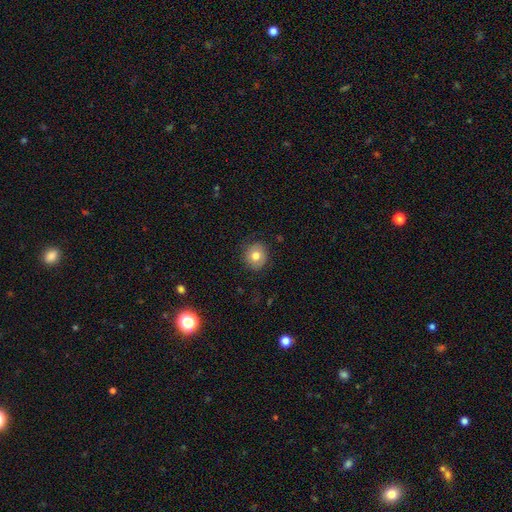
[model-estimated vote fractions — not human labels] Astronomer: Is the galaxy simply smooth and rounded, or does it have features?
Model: smooth — 76%.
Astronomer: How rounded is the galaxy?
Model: round — 83%.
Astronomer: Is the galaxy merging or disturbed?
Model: none — 84%.